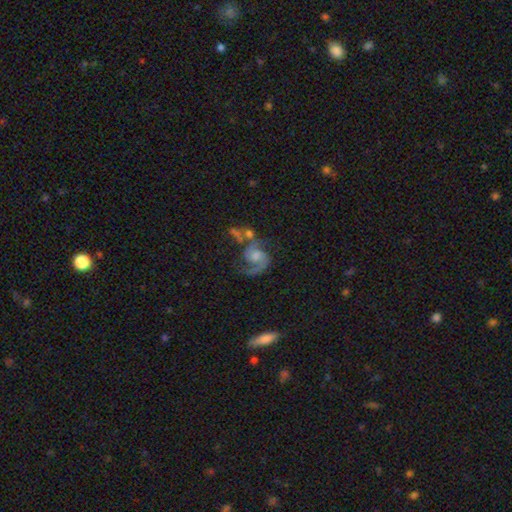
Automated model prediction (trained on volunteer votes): The model was most divided on "bulge size": moderate: 49%, small: 29%, large: 11%, none: 9%, dominant: 2%. Remaining: edge-on disk — no (97%); spiral arms — yes (96%); smooth or featured — featured or disk (85%); spiral arm count — 2 (74%); bar — no (61%); spiral winding — medium (52%); merging — none (47%).